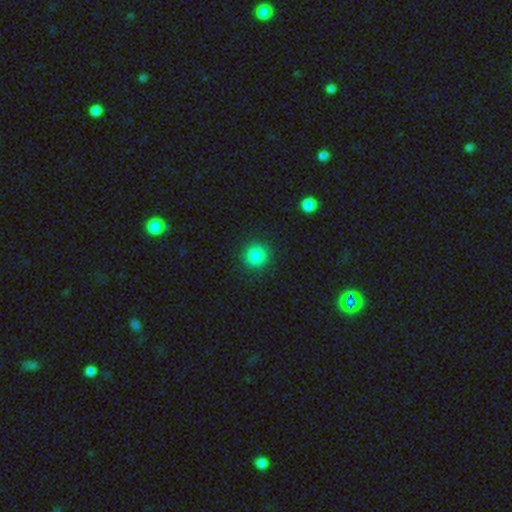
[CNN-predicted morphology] Smooth or featured?
  - smooth: 85% *
  - star or artifact: 11%
  - featured or disk: 4%
How rounded?
  - round: 93% *
  - in between: 6%
  - cigar-shaped: 1%
Merging?
  - none: 91% *
  - minor disturbance: 6%
  - major disturbance: 2%
  - merger: 1%